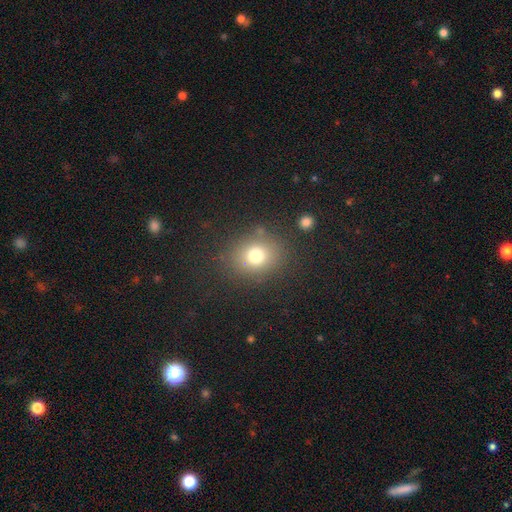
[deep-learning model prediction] This is likely a smooth galaxy (75%). How rounded: likely round (67%). Merging: clearly none (81%).